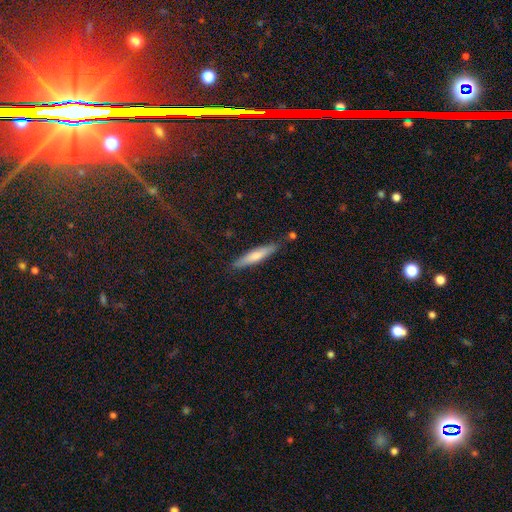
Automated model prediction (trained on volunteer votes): A smooth galaxy with no disk features (66%) that is cigar-shaped (87%). Merging: none (82%).